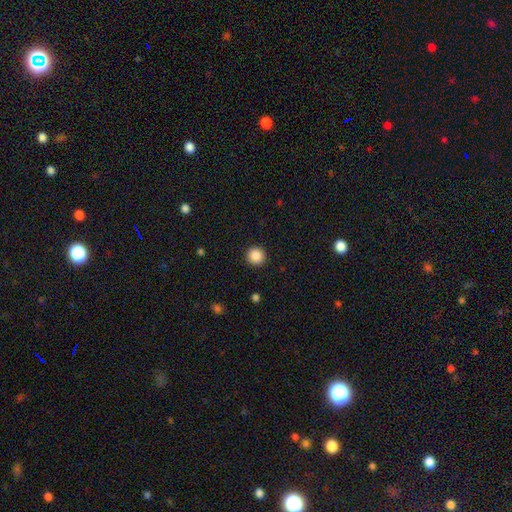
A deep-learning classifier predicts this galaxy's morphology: smooth 88%, star or artifact 9%, featured or disk 3%. Down the decision tree: how rounded — round (95%); merging — none (92%).